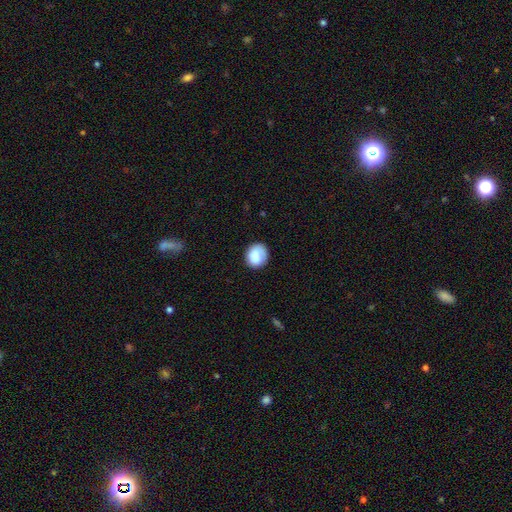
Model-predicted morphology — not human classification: Q: Smooth or featured?
A: smooth (83%); runner-up: featured or disk (10%)
Q: How rounded?
A: round (69%); runner-up: in between (30%)
Q: Merging?
A: none (77%); runner-up: minor disturbance (17%)